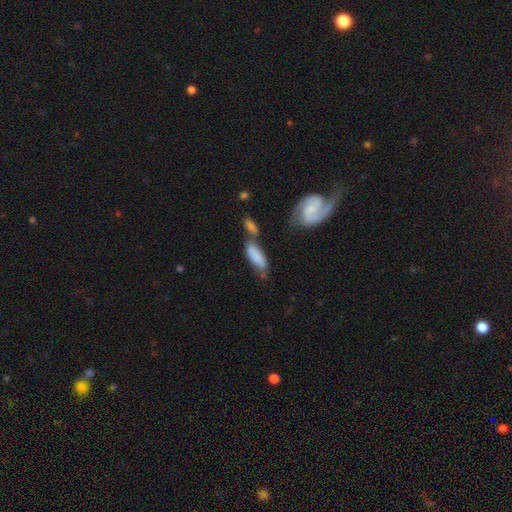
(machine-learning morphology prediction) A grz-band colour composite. It shows a smooth galaxy with no disk features (78%) that is in between round and cigar-shaped (68%). Merging: none (38%).